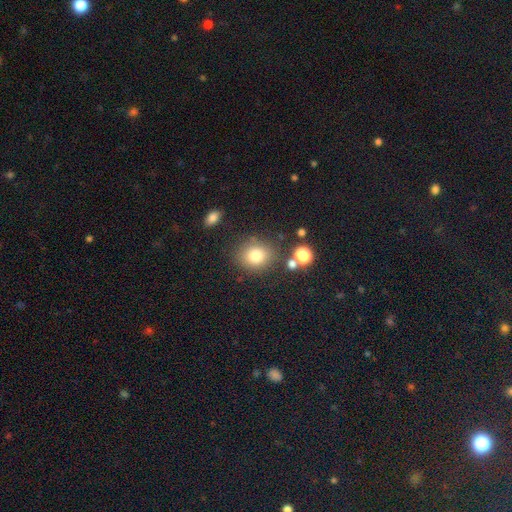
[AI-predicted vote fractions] Smooth or featured: smooth — 79% (star or artifact — 13%)
How rounded: round — 68% (in between — 31%)
Merging: none — 78% (minor disturbance — 12%)